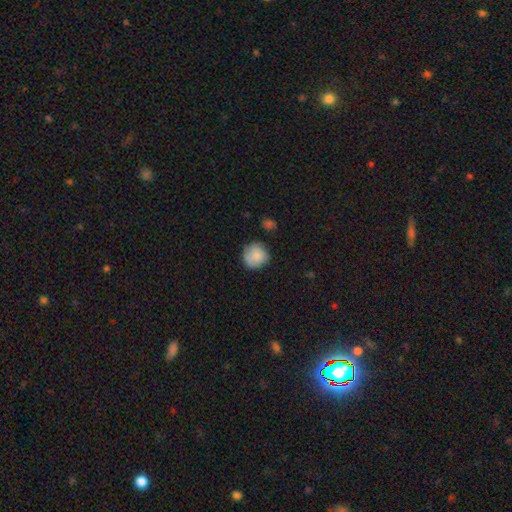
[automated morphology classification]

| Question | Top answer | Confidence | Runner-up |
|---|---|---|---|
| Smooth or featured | smooth | 81% | featured or disk (12%) |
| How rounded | round | 89% | in between (10%) |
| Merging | none | 69% | minor disturbance (23%) |